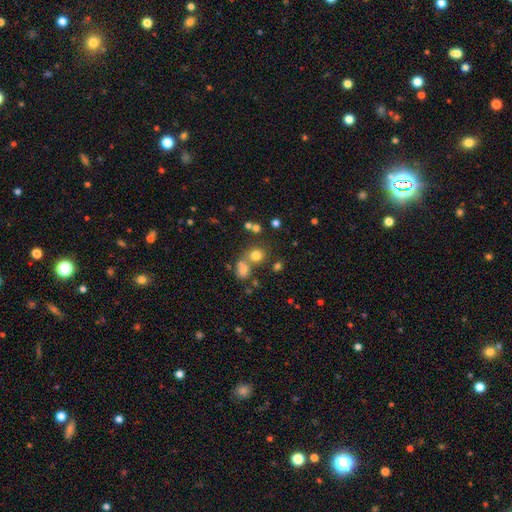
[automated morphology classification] This appears to be a smooth galaxy with no disk features (74%) that is round (78%). Merging: none (57%).